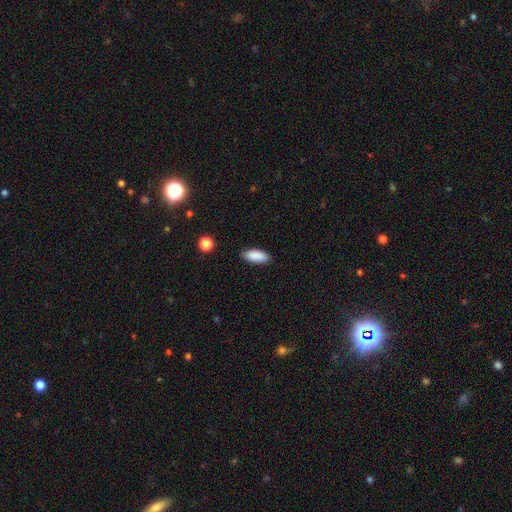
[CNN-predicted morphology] This is clearly a smooth galaxy (89%). How rounded: clearly in between (84%). Merging: clearly none (86%).